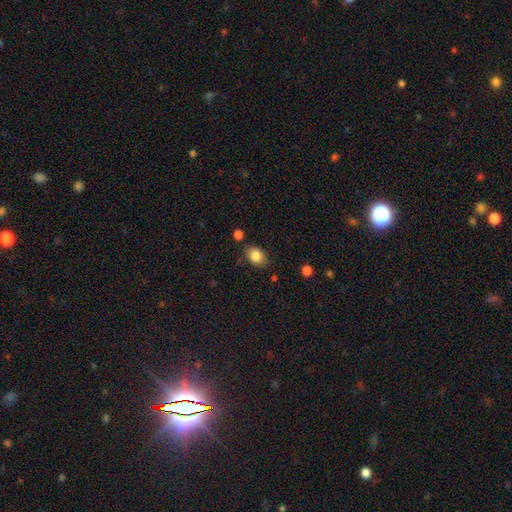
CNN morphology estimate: smooth_or_featured: smooth (p=0.86) [alt: star or artifact p=0.08]
how_rounded: in between (p=0.70) [alt: round p=0.29]
merging: none (p=0.81) [alt: minor disturbance p=0.13]